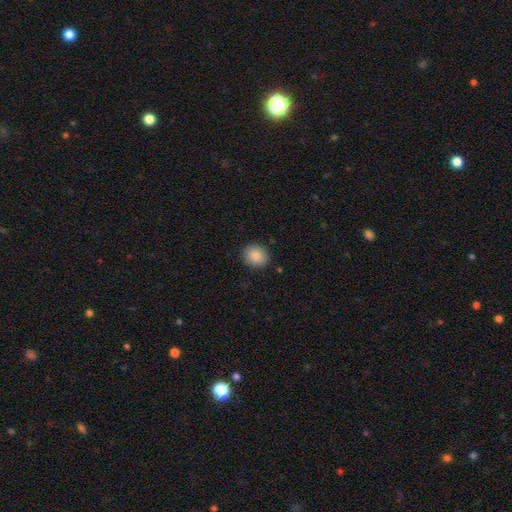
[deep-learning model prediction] Morphology: type=smooth (88%); roundness=round (77%); merging=none (89%).